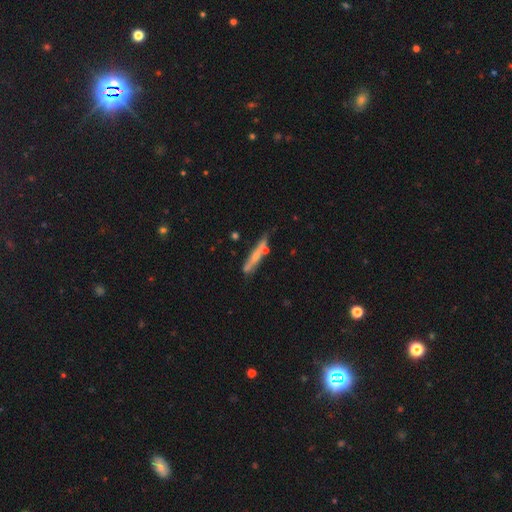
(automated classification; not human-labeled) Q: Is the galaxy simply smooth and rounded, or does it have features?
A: featured or disk — 47%.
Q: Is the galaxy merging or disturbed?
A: none — 57%.